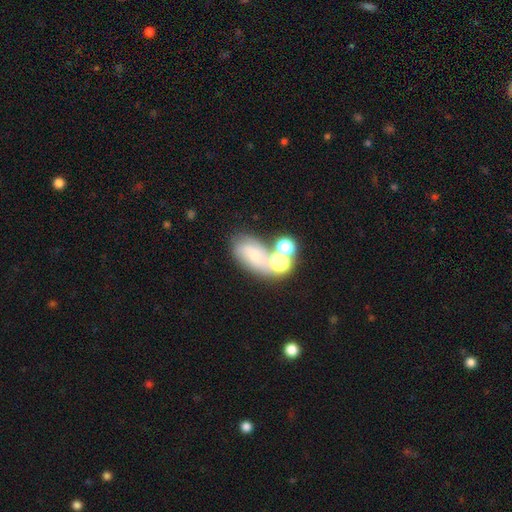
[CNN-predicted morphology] Smooth or featured? smooth (46%)
Merging? none (41%)